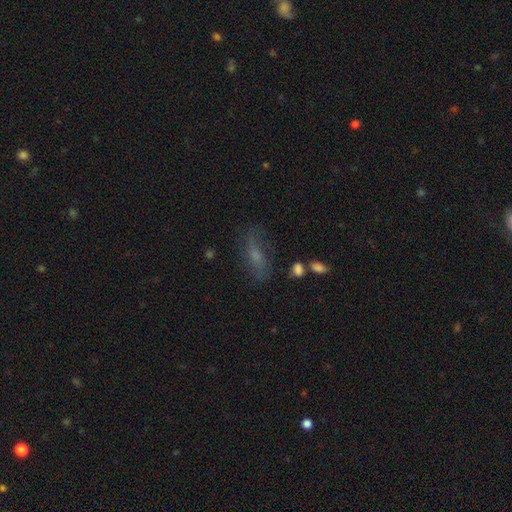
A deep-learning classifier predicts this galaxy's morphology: This is marginally a smooth galaxy (43%). Merging: likely none (68%).